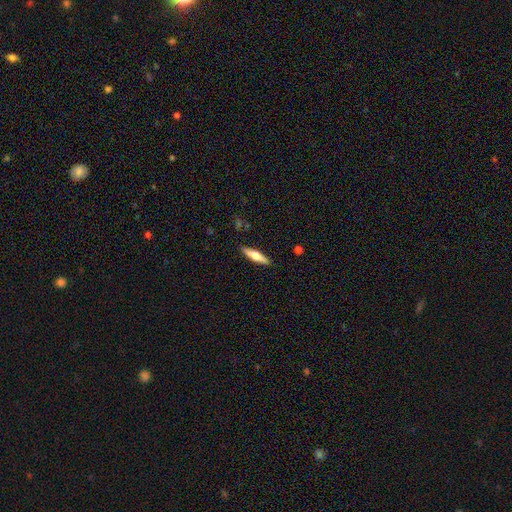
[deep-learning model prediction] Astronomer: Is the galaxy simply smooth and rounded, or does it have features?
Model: smooth — 49% (runner-up: featured or disk, 46%).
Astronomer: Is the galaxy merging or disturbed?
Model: none — 90%.